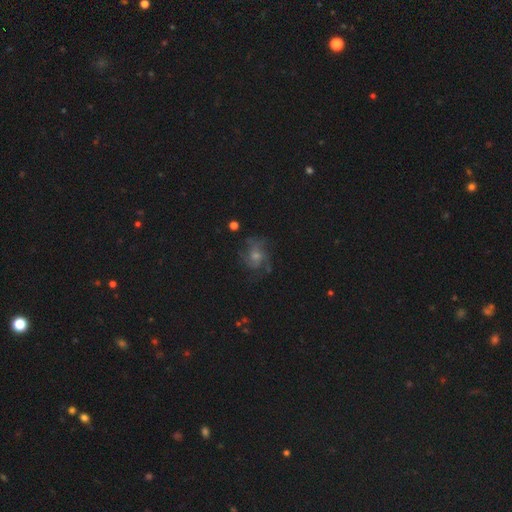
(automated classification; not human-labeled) The model was most divided on "bulge size": moderate: 47%, small: 39%, large: 7%, none: 5%, dominant: 2%. More confident: edge-on disk — no (96%); spiral arms — yes (80%); bar — no (75%); merging — none (67%); smooth or featured — featured or disk (52%).